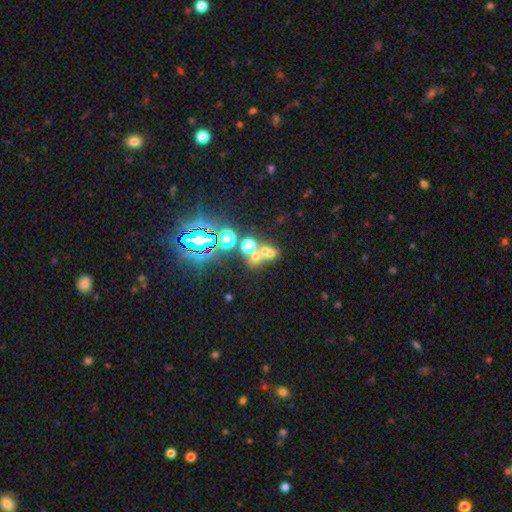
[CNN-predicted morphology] smooth 43%, star or artifact 36%, featured or disk 22%. Down the decision tree: merging — merger (48%).